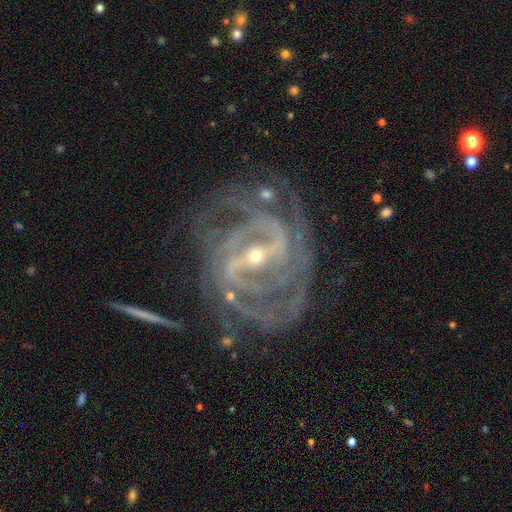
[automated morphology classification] smooth_or_featured: featured or disk (p=0.92) [alt: star or artifact p=0.06]
disk_edge_on: no (p=0.96) [alt: yes p=0.04]
bar: strong (p=0.67) [alt: weak p=0.25]
has_spiral_arms: yes (p=0.97) [alt: no p=0.03]
spiral_winding: tight (p=0.60) [alt: medium p=0.33]
spiral_arm_count: 2 (p=0.29) [alt: can't tell p=0.20]
bulge_size: small (p=0.69) [alt: moderate p=0.28]
merging: none (p=0.66) [alt: minor disturbance p=0.18]